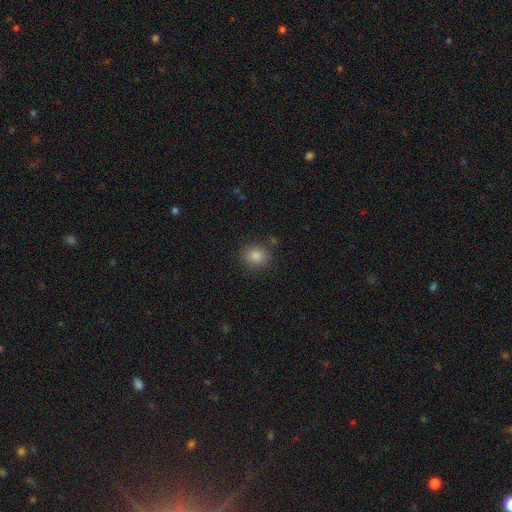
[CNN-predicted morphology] smooth 83%, star or artifact 12%, featured or disk 5%. Down the decision tree: how rounded — round (73%); merging — none (87%).